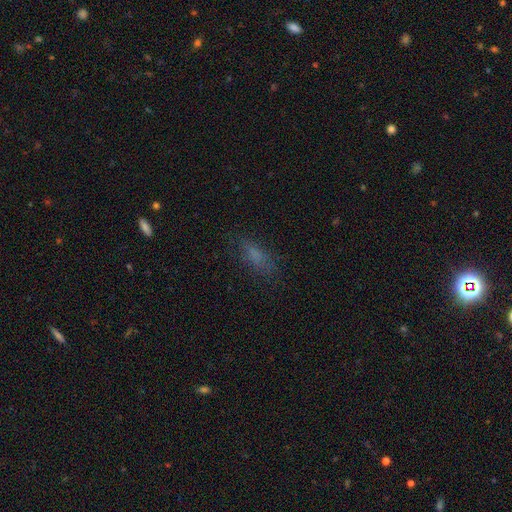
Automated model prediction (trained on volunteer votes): A smooth galaxy with no disk features (69%) that is in between round and cigar-shaped (66%).

Vote fractions:
- Smooth or featured? smooth: 69% / star or artifact: 17% / featured or disk: 14%
- How rounded? in between: 66% / cigar-shaped: 29% / round: 5%
- Merging? none: 70% / minor disturbance: 18% / major disturbance: 10% / merger: 2%